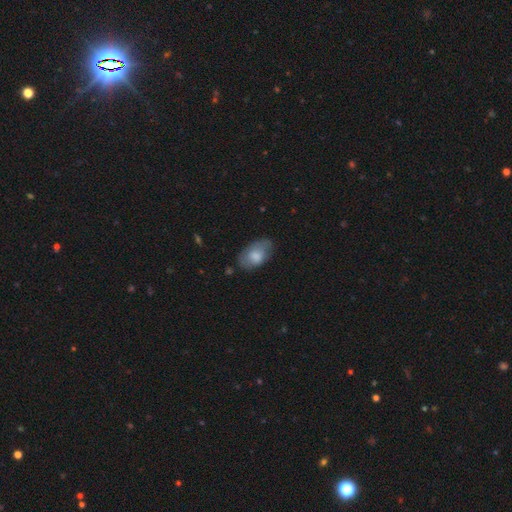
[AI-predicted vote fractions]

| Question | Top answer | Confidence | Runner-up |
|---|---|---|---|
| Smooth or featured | smooth | 76% | featured or disk (18%) |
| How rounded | in between | 92% | round (6%) |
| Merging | none | 62% | minor disturbance (28%) |